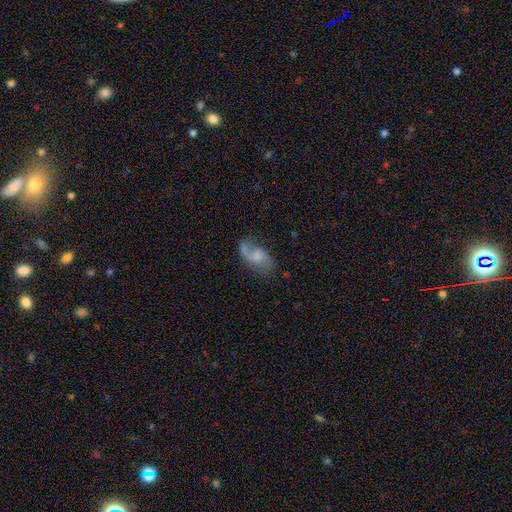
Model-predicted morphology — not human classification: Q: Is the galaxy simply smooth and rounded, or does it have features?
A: featured or disk — 47%.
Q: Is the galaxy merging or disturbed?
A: none — 48%.